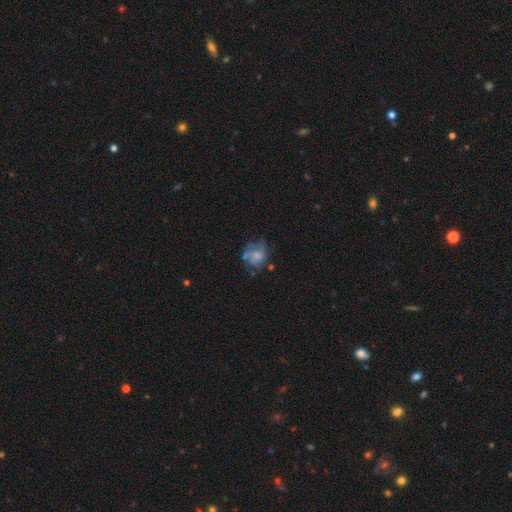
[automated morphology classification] Overall: featured or disk (51%; smooth 39%). Edge-on disk: no (98%). Merging: none (49%; minor disturbance 24%).